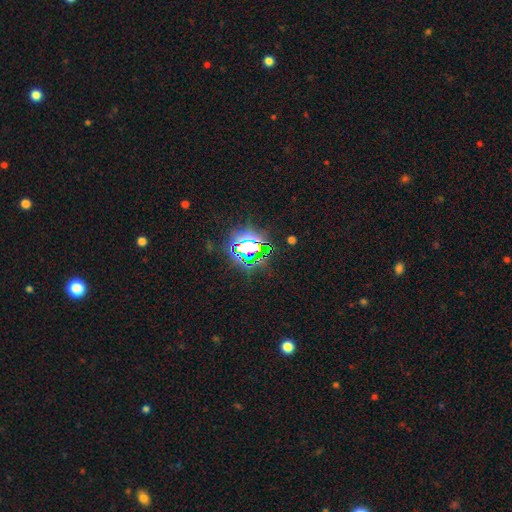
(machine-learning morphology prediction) This appears to be a star or artifact, not a galaxy (77%).